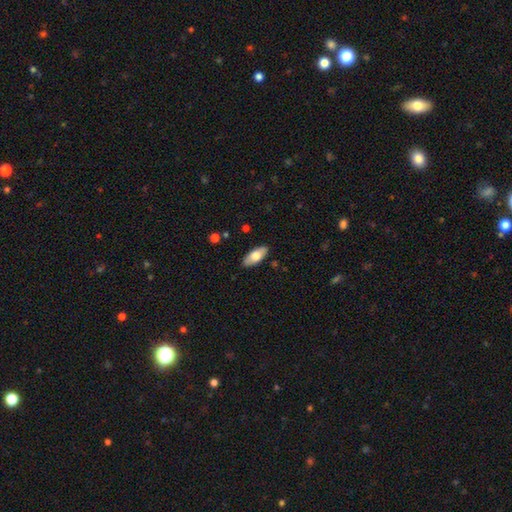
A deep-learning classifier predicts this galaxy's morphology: smooth 71%, featured or disk 24%, star or artifact 6%. Down the decision tree: how rounded — in between (85%); merging — none (87%).